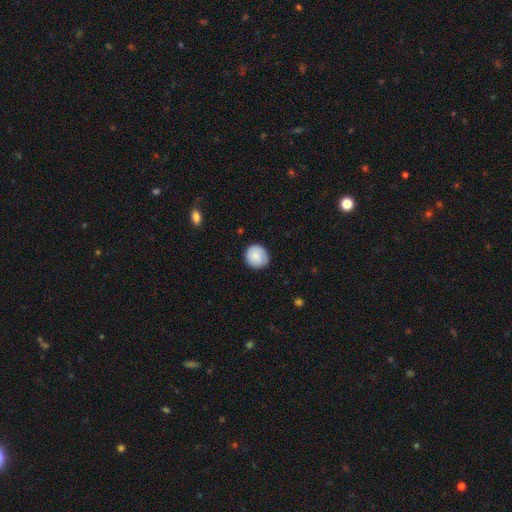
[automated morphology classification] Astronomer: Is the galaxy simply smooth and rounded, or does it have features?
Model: smooth — 86%.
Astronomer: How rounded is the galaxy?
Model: round — 91%.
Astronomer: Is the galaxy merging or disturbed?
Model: none — 86%.